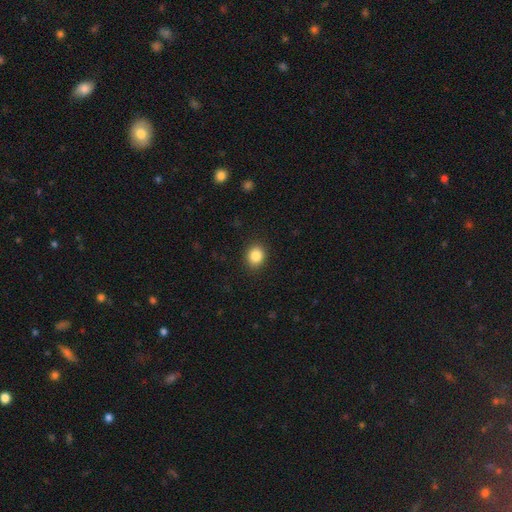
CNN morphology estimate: Smooth or featured? smooth (86%)
How rounded? round (68%)
Merging? none (90%)